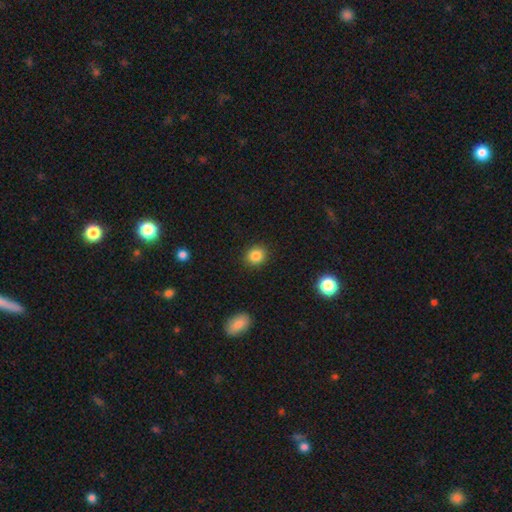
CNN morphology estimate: The model was most divided on "how rounded": round: 81%, in between: 18%, cigar-shaped: 1%. More confident: merging — none (90%); smooth or featured — smooth (85%).